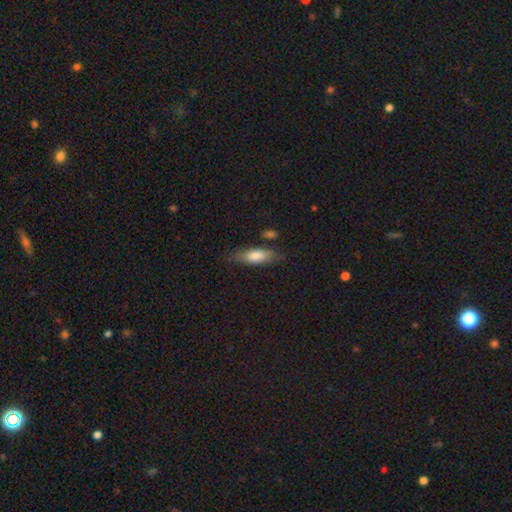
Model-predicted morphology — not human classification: The model was most divided on "how rounded": in between: 61%, cigar-shaped: 36%, round: 3%. More confident: smooth or featured — smooth (73%); merging — none (73%).